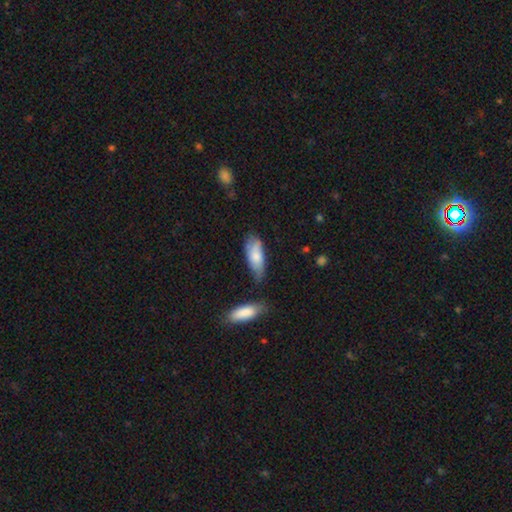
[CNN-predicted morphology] This is likely a smooth galaxy (73%). How rounded: likely in between (75%). Merging: possibly none (55%).